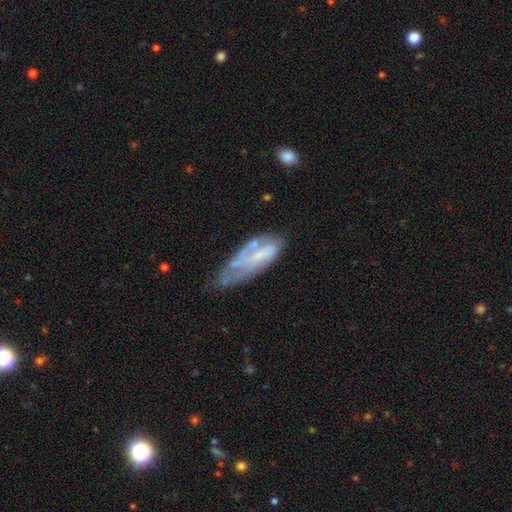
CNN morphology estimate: type=featured or disk (53%); edge-on=no (86%); merging=minor disturbance (35%).